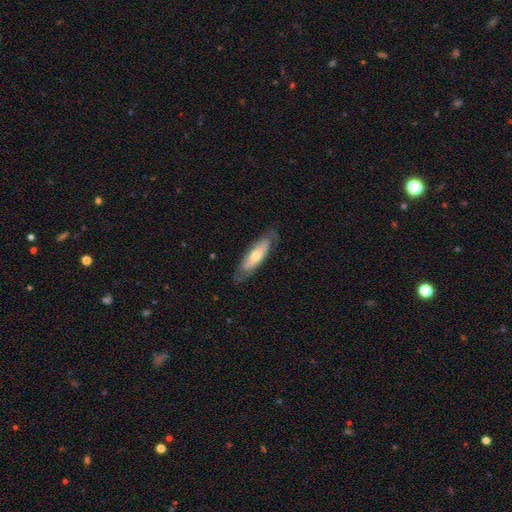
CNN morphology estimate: This is possibly a smooth galaxy (50%). How rounded: possibly cigar-shaped (49%, tied with in between). Merging: likely none (75%).